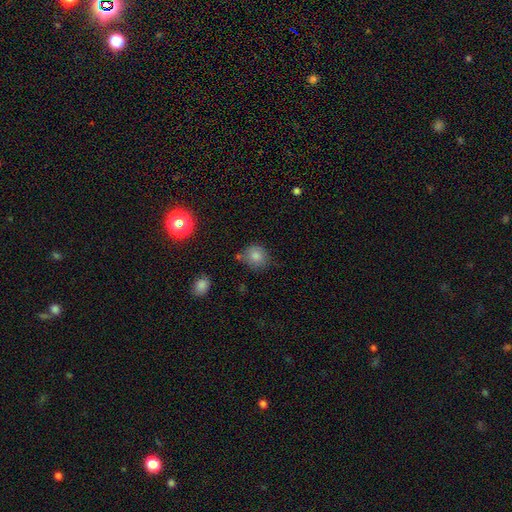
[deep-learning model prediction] Overall: smooth (81%). How rounded: round (78%). Merging: none (69%).